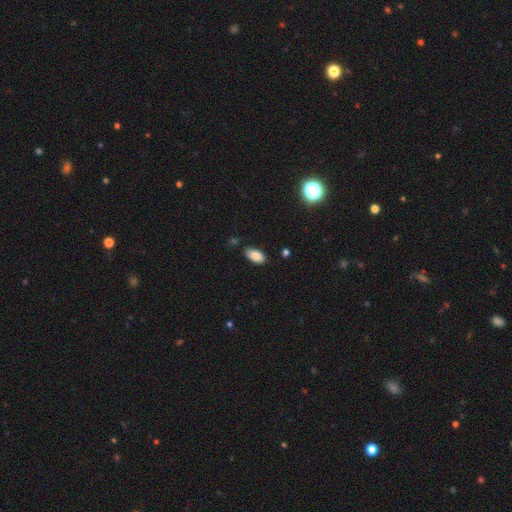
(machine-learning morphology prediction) Smooth or featured? Predicted: smooth (p=0.86). How rounded? Predicted: in between (p=0.94). Merging? Predicted: none (p=0.83).